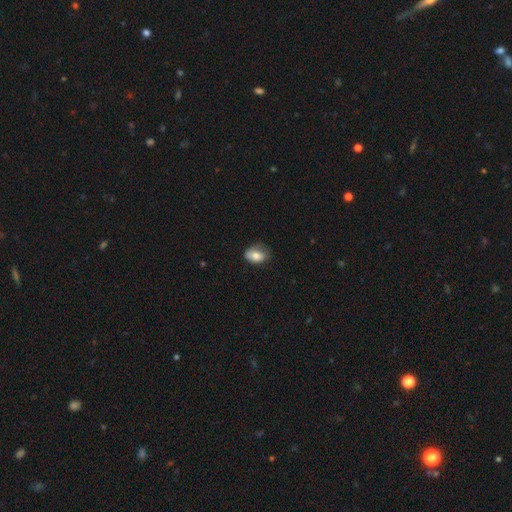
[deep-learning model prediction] Smooth or featured? smooth (74%)
How rounded? in between (80%)
Merging? none (56%)